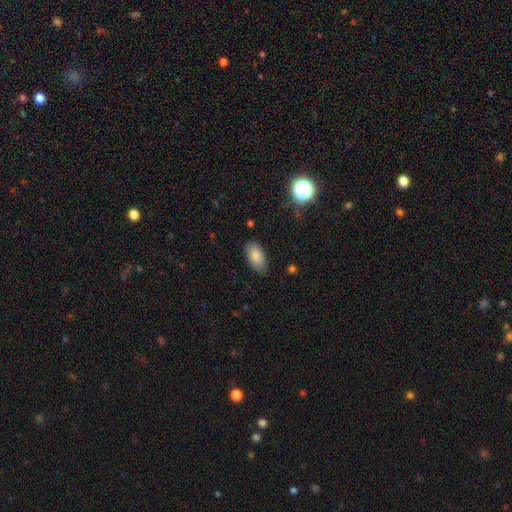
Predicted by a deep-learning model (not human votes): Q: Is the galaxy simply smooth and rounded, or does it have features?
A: smooth — 85%.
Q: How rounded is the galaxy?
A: in between — 93%.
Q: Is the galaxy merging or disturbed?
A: none — 83%.